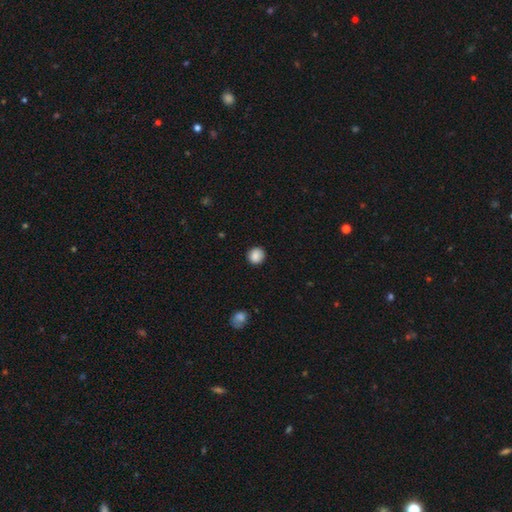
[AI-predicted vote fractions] Smooth or featured? Predicted: smooth (p=0.88). How rounded? Predicted: round (p=0.88). Merging? Predicted: none (p=0.89).